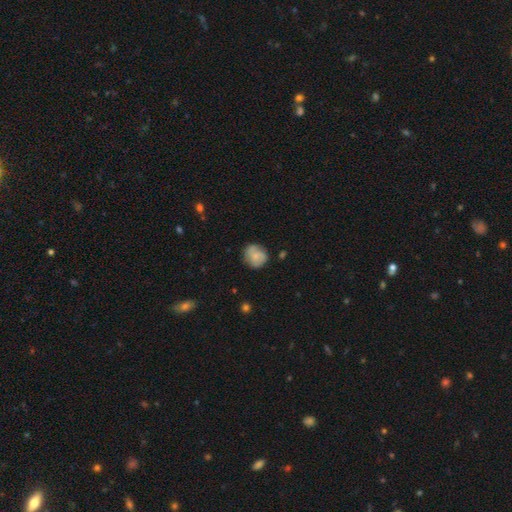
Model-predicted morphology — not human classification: A smooth galaxy with no disk features (61%) that is round (83%).

Vote fractions:
- Smooth or featured? smooth: 61% / featured or disk: 31% / star or artifact: 8%
- How rounded? round: 83% / in between: 16% / cigar-shaped: 1%
- Merging? none: 69% / minor disturbance: 22% / major disturbance: 6% / merger: 2%